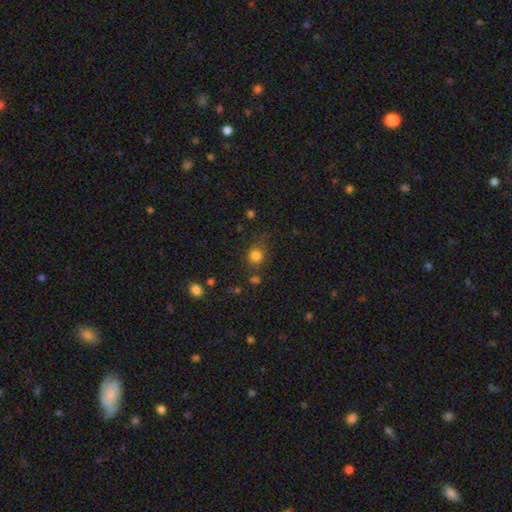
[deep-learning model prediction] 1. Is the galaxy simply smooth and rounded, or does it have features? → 81% smooth, 13% star or artifact, 6% featured or disk.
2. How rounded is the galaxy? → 81% round, 18% in between, 1% cigar-shaped.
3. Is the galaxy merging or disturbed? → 74% none, 15% minor disturbance, 6% merger, 5% major disturbance.